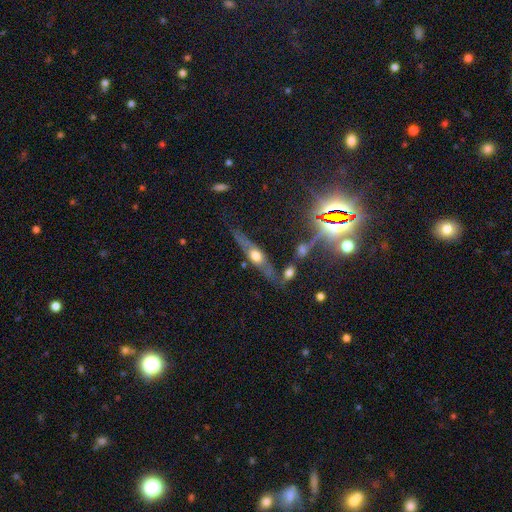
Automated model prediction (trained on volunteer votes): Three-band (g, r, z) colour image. It shows a featured or disk galaxy (62%) viewed edge-on (81%). Merging: none (67%).